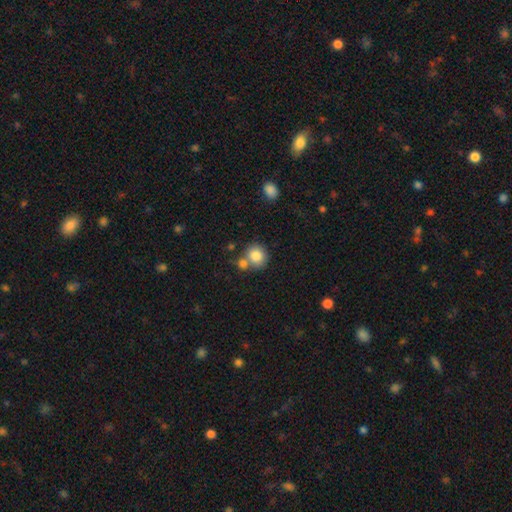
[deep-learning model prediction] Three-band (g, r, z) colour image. It shows a smooth galaxy with no disk features (83%) that is round (81%). Merging: none (57%).